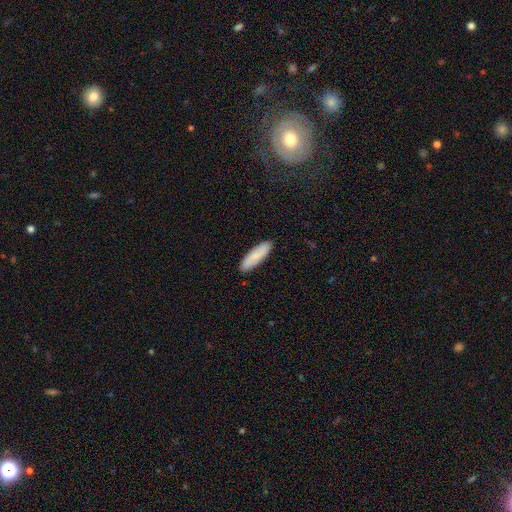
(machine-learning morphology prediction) This is likely a smooth galaxy (75%). How rounded: likely cigar-shaped (60%). Merging: clearly none (89%).